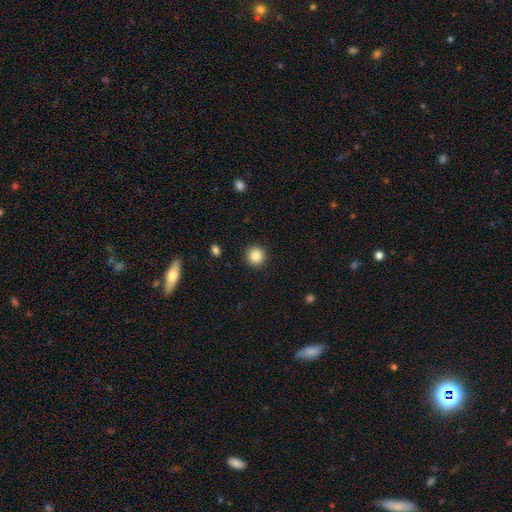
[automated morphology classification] Smooth or featured?
  - smooth: 85% *
  - star or artifact: 10%
  - featured or disk: 5%
How rounded?
  - round: 94% *
  - in between: 5%
  - cigar-shaped: 1%
Merging?
  - none: 92% *
  - minor disturbance: 5%
  - major disturbance: 2%
  - merger: 1%